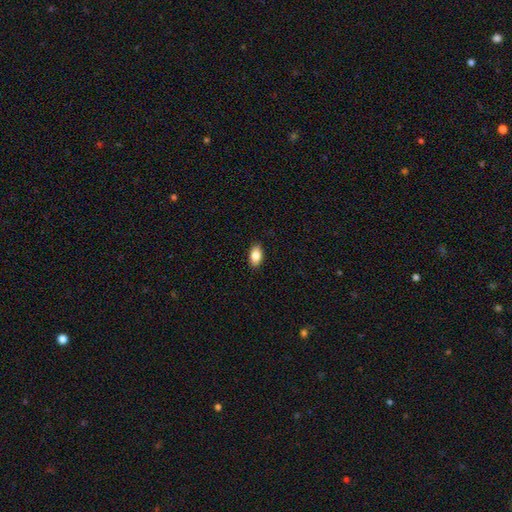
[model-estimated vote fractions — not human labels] Smooth or featured?
  - smooth: 85% *
  - featured or disk: 8%
  - star or artifact: 8%
How rounded?
  - in between: 91% *
  - round: 6%
  - cigar-shaped: 2%
Merging?
  - none: 89% *
  - minor disturbance: 8%
  - major disturbance: 2%
  - merger: 1%